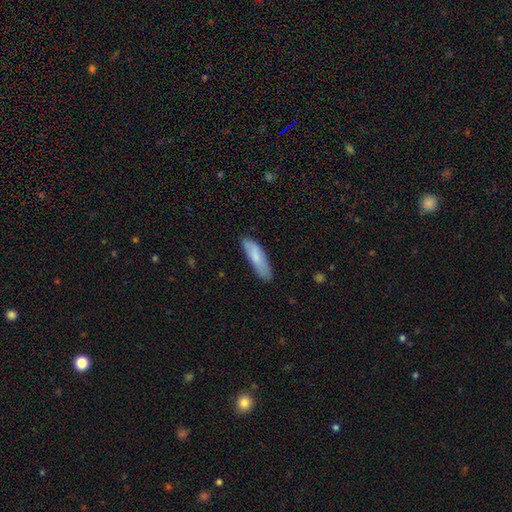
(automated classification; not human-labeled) Morphology: type=smooth (81%); roundness=cigar-shaped (62%); merging=none (79%).